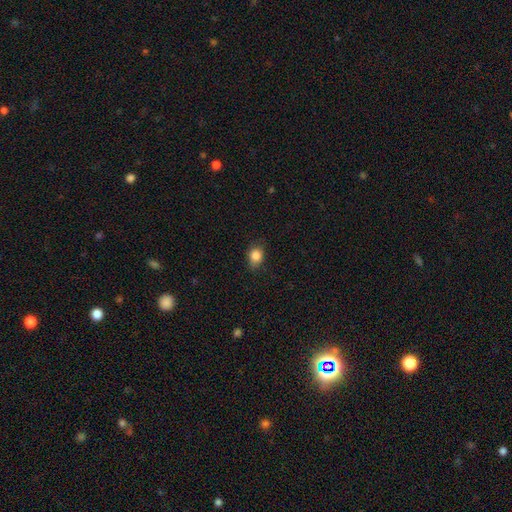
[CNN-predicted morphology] smooth_or_featured: smooth (p=0.85) [alt: star or artifact p=0.10]
how_rounded: in between (p=0.50) [alt: round p=0.49]
merging: none (p=0.76) [alt: minor disturbance p=0.19]